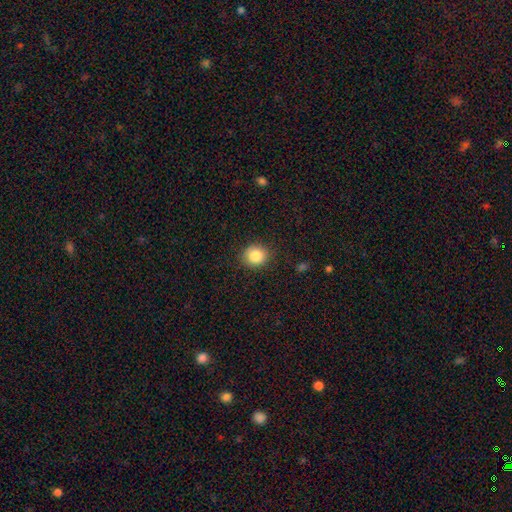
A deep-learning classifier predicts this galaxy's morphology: smooth-or-featured: smooth: 84% | star or artifact: 10% | featured or disk: 6%
  how-rounded: round: 82% | in between: 17% | cigar-shaped: 1%
  merging: none: 87% | minor disturbance: 9% | major disturbance: 2% | merger: 1%